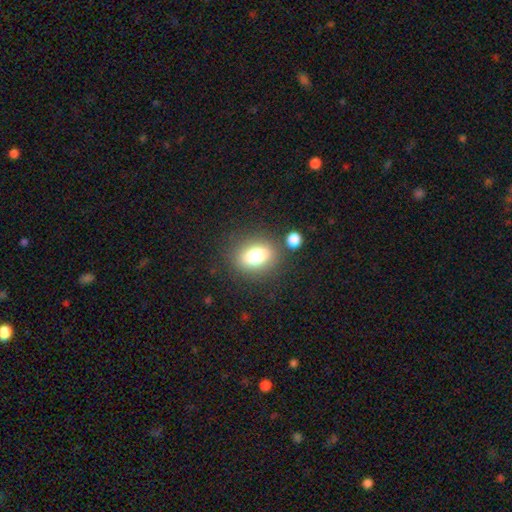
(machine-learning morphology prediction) A smooth galaxy with no disk features (77%) that is in between round and cigar-shaped (58%).

Vote fractions:
- Smooth or featured? smooth: 77% / featured or disk: 12% / star or artifact: 11%
- How rounded? in between: 58% / round: 40% / cigar-shaped: 2%
- Merging? none: 77% / minor disturbance: 11% / merger: 8% / major disturbance: 5%